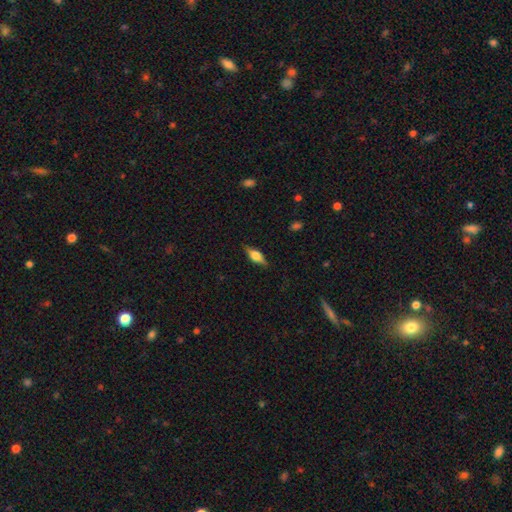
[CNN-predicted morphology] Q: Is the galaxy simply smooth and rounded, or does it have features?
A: featured or disk — 56%.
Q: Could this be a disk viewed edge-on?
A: yes — 95%.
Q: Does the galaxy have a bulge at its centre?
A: rounded — 89%.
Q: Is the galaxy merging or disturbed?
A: none — 85%.